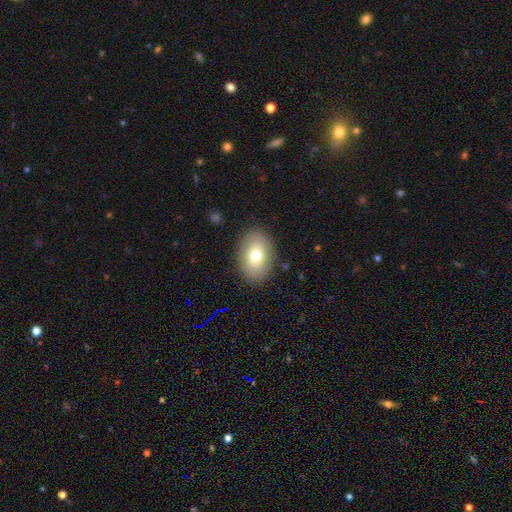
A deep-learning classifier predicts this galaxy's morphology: Smooth or featured? Predicted: smooth (p=0.72). How rounded? Predicted: in between (p=0.83). Merging? Predicted: none (p=0.86).